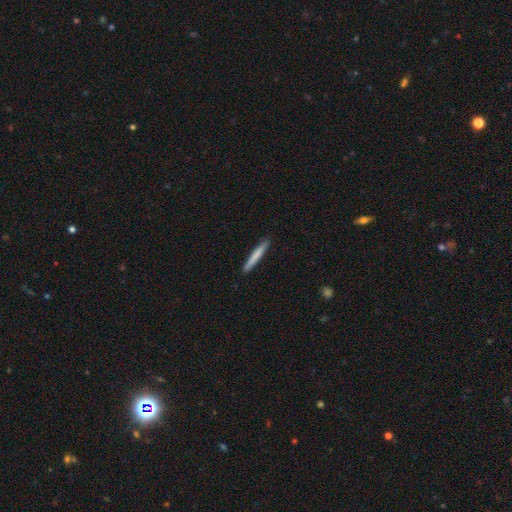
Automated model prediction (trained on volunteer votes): Smooth or featured? Predicted: smooth (p=0.72). How rounded? Predicted: cigar-shaped (p=0.96). Merging? Predicted: none (p=0.91).